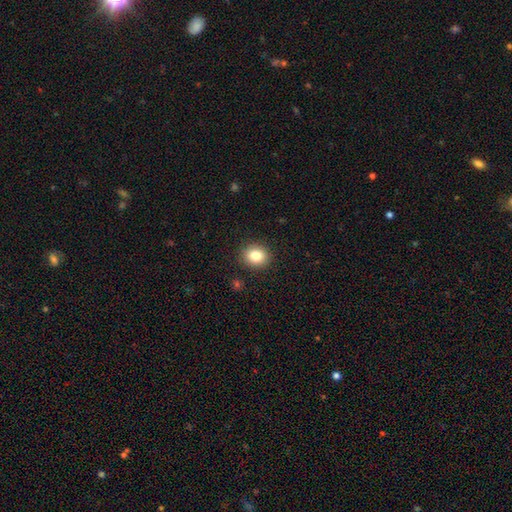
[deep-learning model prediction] smooth 82%, star or artifact 10%, featured or disk 7%. Down the decision tree: how rounded — round (73%); merging — none (90%).